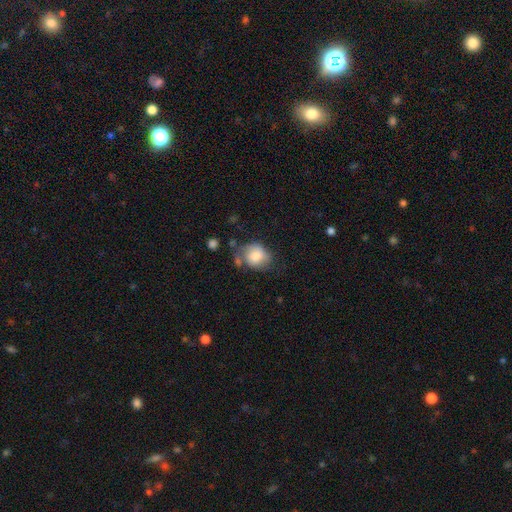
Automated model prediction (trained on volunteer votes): Morphology: type=smooth (78%); roundness=round (55%); merging=none (47%).